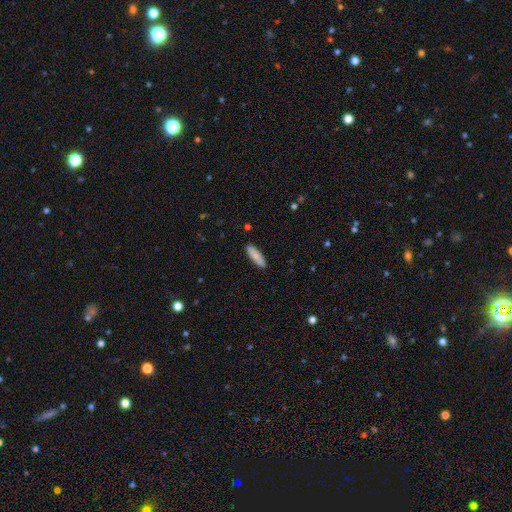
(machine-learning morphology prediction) This appears to be a smooth galaxy with no disk features (83%) that is cigar-shaped (54%). Merging: none (89%).